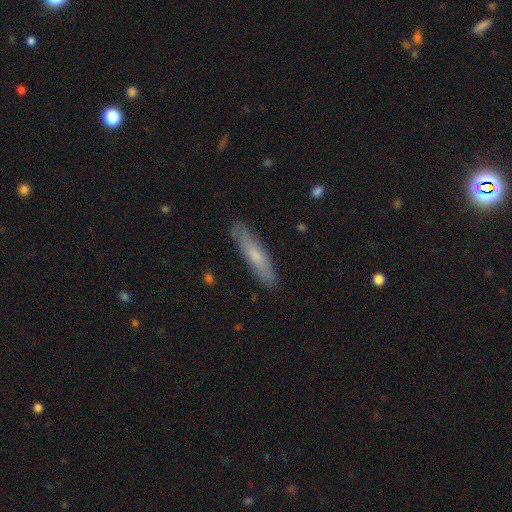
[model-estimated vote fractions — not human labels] Q: Smooth or featured?
A: smooth (62%); runner-up: featured or disk (32%)
Q: How rounded?
A: cigar-shaped (83%); runner-up: in between (15%)
Q: Merging?
A: none (86%); runner-up: minor disturbance (11%)